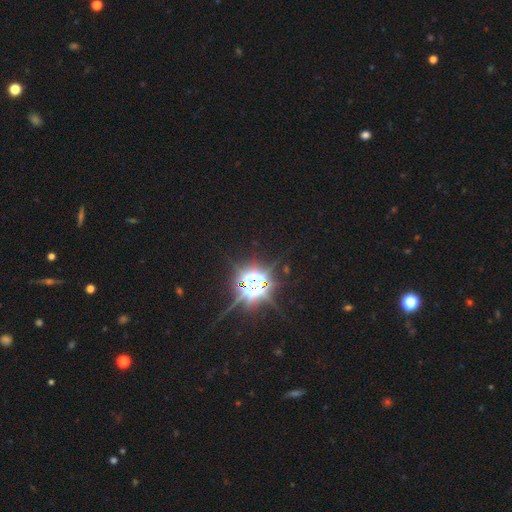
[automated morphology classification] Smooth or featured?
  - star or artifact: 86% *
  - smooth: 8%
  - featured or disk: 6%